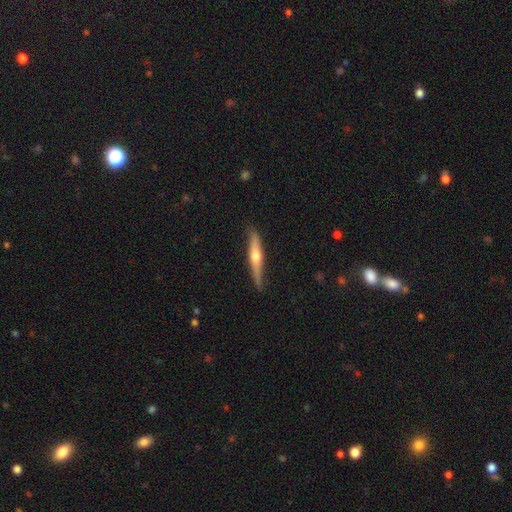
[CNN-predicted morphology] This is likely a featured or disk galaxy (65%). It is clearly viewed edge-on (96%). Edge-on bulge: clearly rounded (93%). Merging: clearly none (83%).